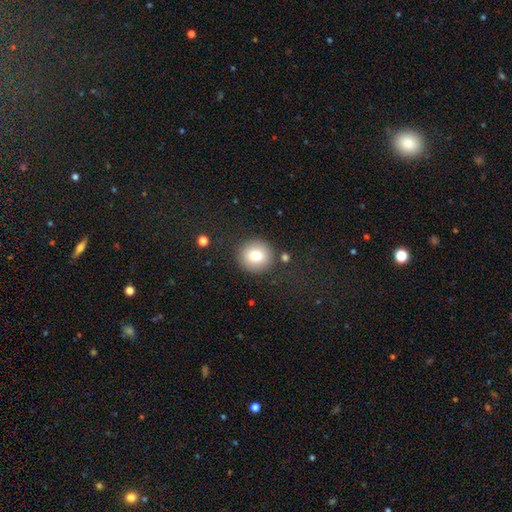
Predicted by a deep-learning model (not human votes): A smooth galaxy with no disk features (80%) that is round (92%).

Vote fractions:
- Smooth or featured? smooth: 80% / featured or disk: 11% / star or artifact: 10%
- How rounded? round: 92% / in between: 7% / cigar-shaped: 1%
- Merging? none: 87% / minor disturbance: 8% / major disturbance: 3% / merger: 3%